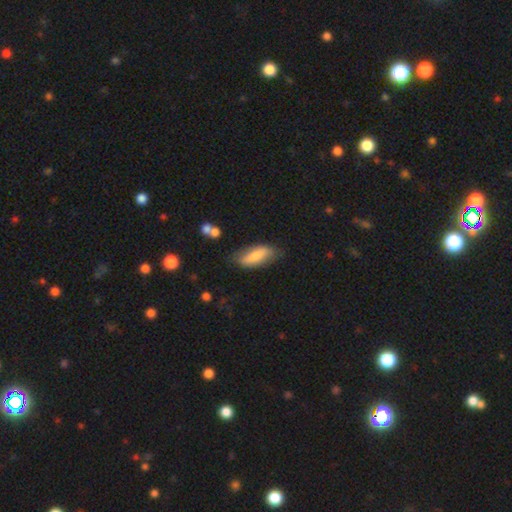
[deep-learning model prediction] smooth-or-featured: smooth: 74% | featured or disk: 20% | star or artifact: 6%
  how-rounded: in between: 74% | cigar-shaped: 24% | round: 2%
  merging: none: 69% | minor disturbance: 22% | major disturbance: 6% | merger: 3%